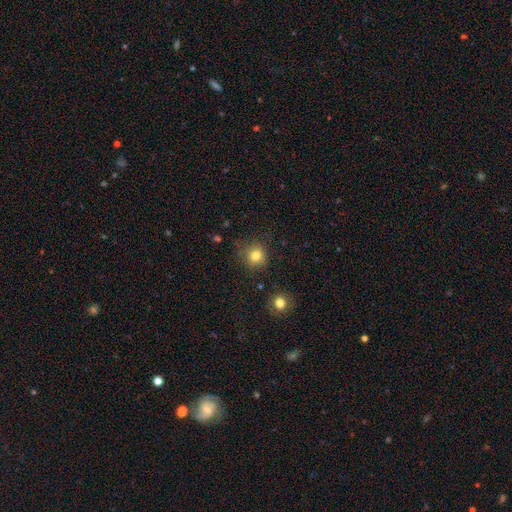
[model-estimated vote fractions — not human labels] This appears to be a smooth galaxy with no disk features (81%) that is round (86%). Merging: none (77%).